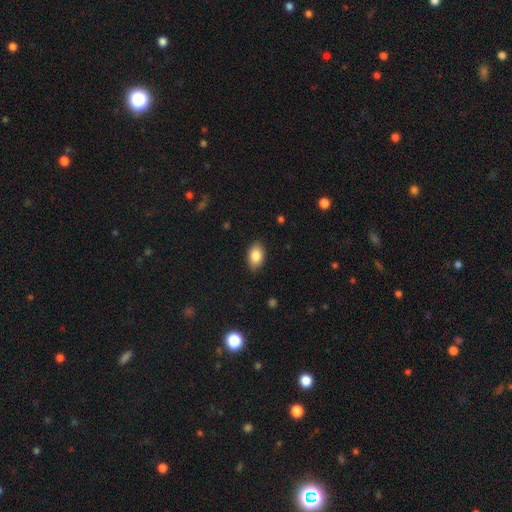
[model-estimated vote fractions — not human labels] A smooth galaxy with no disk features (85%) that is in between round and cigar-shaped (90%). Merging: none (87%).